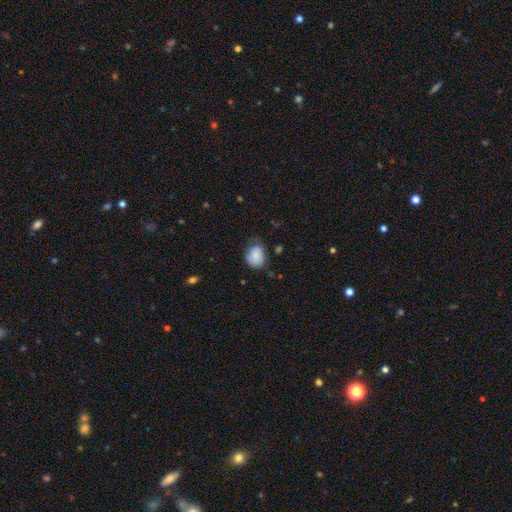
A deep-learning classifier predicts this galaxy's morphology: Overall: smooth (81%). How rounded: round (51%; in between 48%). Merging: none (60%; minor disturbance 31%).